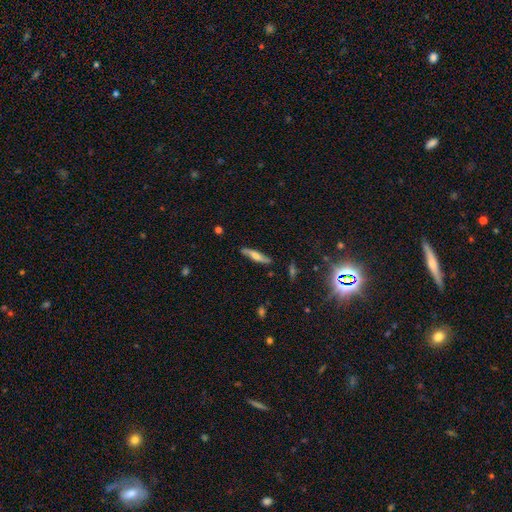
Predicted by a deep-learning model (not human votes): The model was most divided on "smooth or featured": featured or disk: 48%, smooth: 45%, star or artifact: 7%. More confident: merging — none (79%).